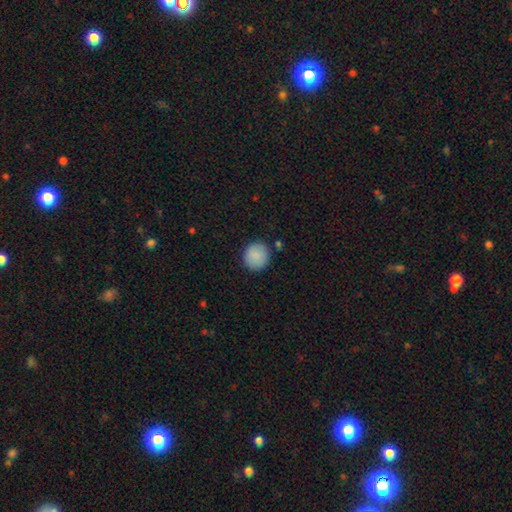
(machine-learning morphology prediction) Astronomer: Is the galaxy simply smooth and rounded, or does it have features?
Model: smooth — 89%.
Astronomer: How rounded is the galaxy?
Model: round — 91%.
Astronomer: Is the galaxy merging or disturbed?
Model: none — 88%.